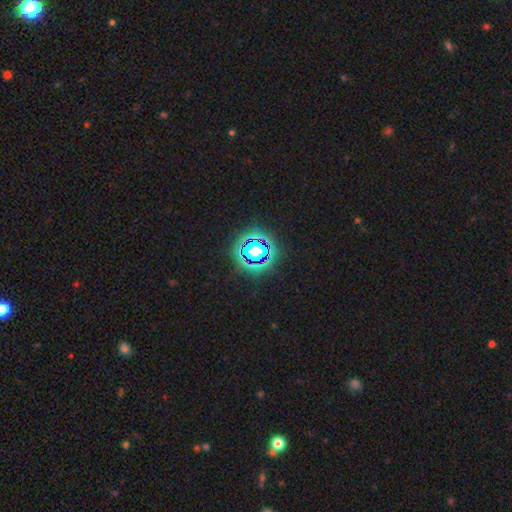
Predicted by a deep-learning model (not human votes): smooth-or-featured: star or artifact: 76% | smooth: 15% | featured or disk: 9%